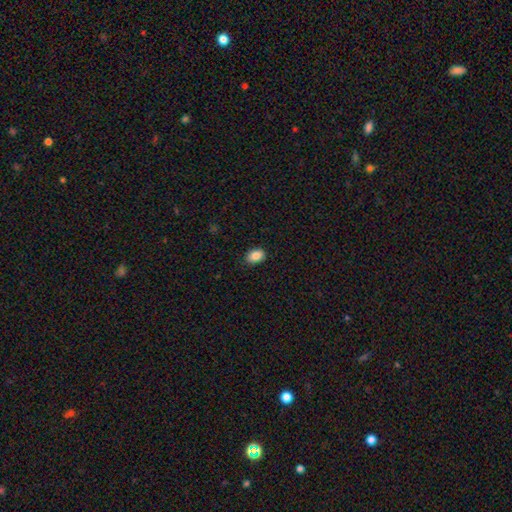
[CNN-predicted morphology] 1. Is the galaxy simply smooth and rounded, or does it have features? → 88% smooth, 8% star or artifact, 4% featured or disk.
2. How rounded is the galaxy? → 84% in between, 15% round, 1% cigar-shaped.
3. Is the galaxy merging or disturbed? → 87% none, 10% minor disturbance, 2% major disturbance, 1% merger.